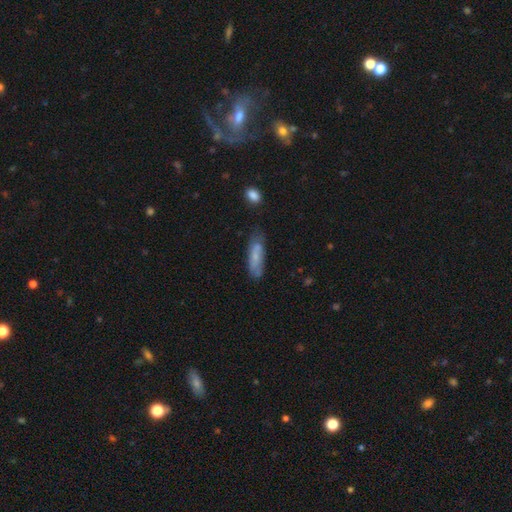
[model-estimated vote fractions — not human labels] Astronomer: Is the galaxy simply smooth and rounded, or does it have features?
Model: smooth — 67%.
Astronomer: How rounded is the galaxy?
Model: cigar-shaped — 55% (runner-up: in between, 44%).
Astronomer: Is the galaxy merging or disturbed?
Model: none — 60%.